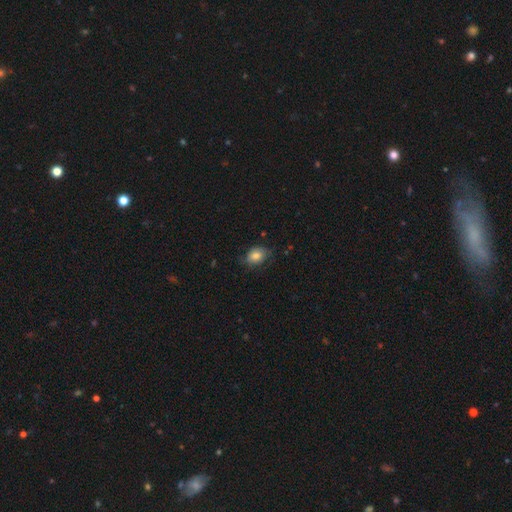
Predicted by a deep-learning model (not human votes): This is likely a smooth galaxy (75%). How rounded: likely in between (63%). Merging: likely none (63%).